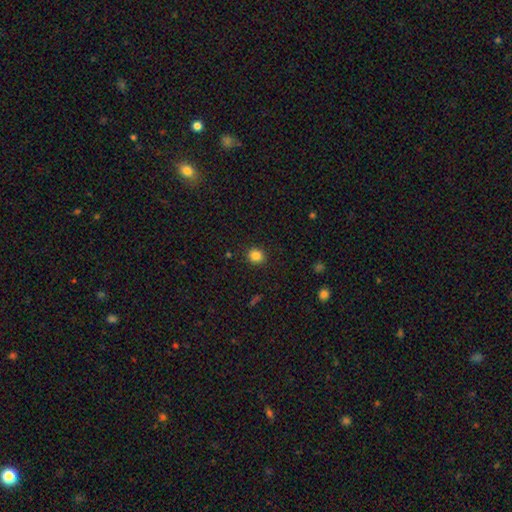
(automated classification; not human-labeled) Smooth or featured?
  - smooth: 85% *
  - star or artifact: 11%
  - featured or disk: 5%
How rounded?
  - round: 80% *
  - in between: 19%
  - cigar-shaped: 1%
Merging?
  - none: 91% *
  - minor disturbance: 6%
  - major disturbance: 2%
  - merger: 1%